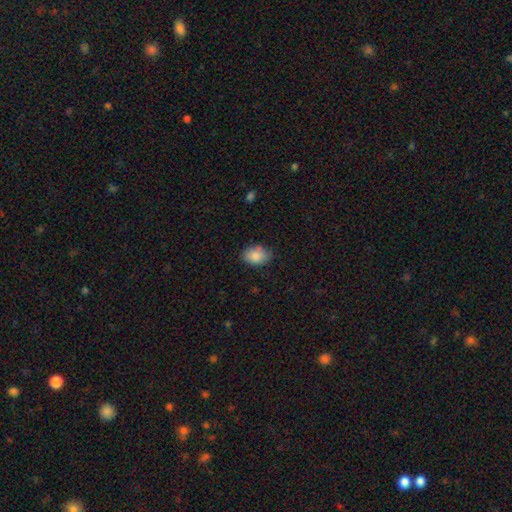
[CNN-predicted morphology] The model was most divided on "merging": none: 79%, minor disturbance: 16%, major disturbance: 3%, merger: 2%. More confident: smooth or featured — smooth (87%); how rounded — in between (83%).